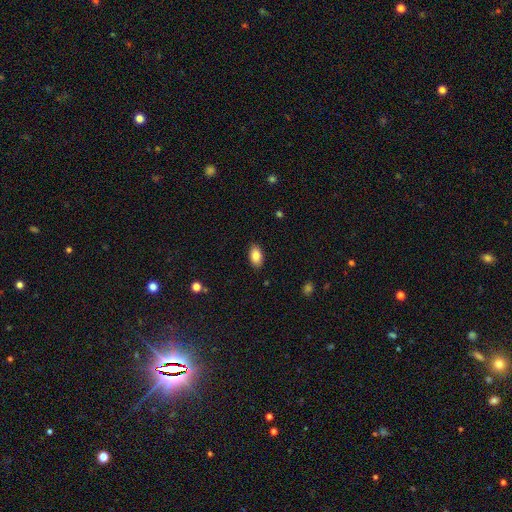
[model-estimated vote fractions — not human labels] Smooth or featured? Predicted: smooth (p=0.85). How rounded? Predicted: in between (p=0.93). Merging? Predicted: none (p=0.88).